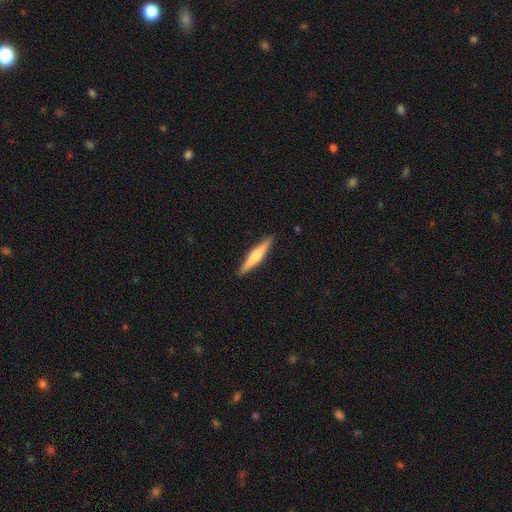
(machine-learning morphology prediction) A featured or disk galaxy (52%) viewed edge-on (97%) with a rounded central bulge (79%). Merging: none (91%).